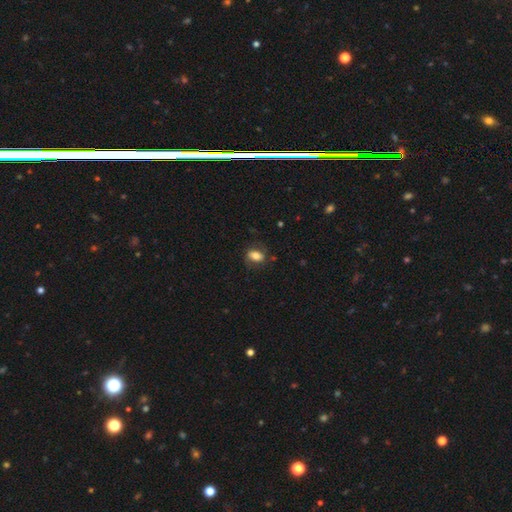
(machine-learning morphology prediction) smooth-or-featured: smooth: 72% | featured or disk: 20% | star or artifact: 8%
  how-rounded: in between: 82% | round: 15% | cigar-shaped: 3%
  merging: none: 73% | minor disturbance: 18% | major disturbance: 7% | merger: 1%